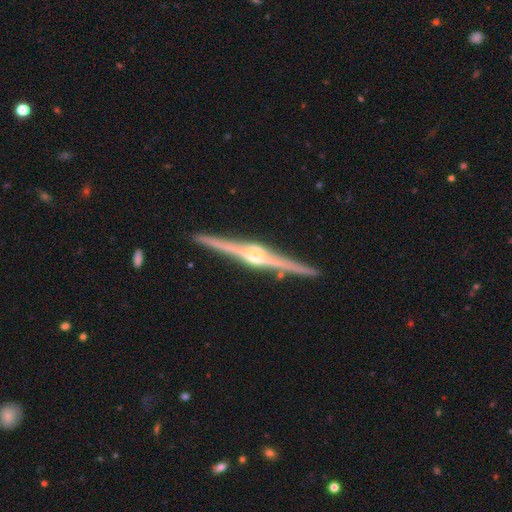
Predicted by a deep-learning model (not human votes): Smooth or featured? featured or disk (90%)
Edge-on disk? yes (99%)
Edge-on bulge? rounded (86%)
Merging? none (92%)